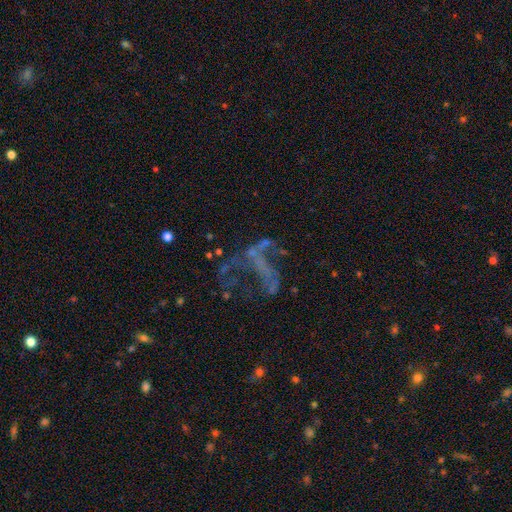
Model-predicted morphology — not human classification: This appears to be a featured or disk galaxy (55%) with no bar (83%), no spiral arms (84%) and no central bulge (84%). Merging: major disturbance (42%).